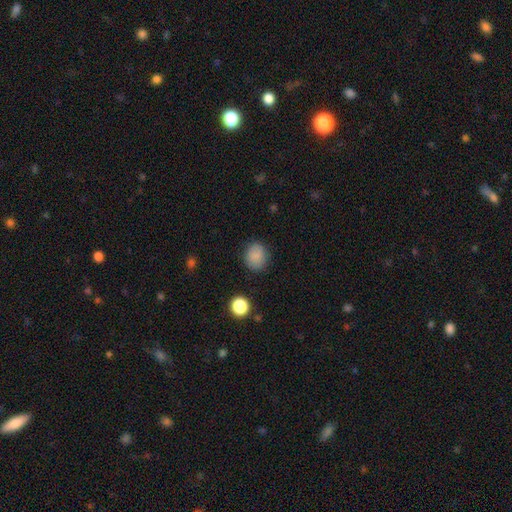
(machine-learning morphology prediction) smooth_or_featured: smooth (p=0.85) [alt: star or artifact p=0.10]
how_rounded: round (p=0.72) [alt: in between p=0.27]
merging: none (p=0.85) [alt: minor disturbance p=0.11]